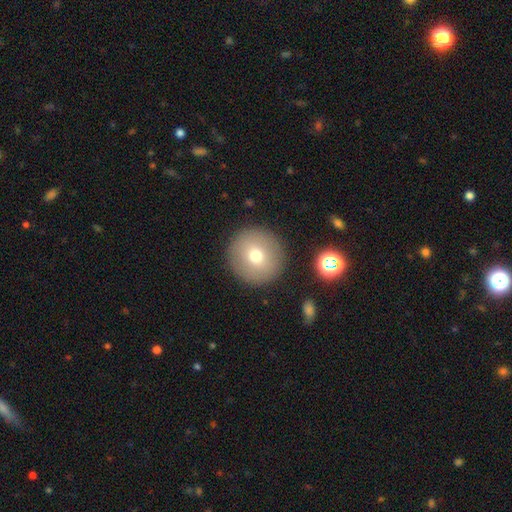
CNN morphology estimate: Smooth or featured? smooth (71%)
How rounded? round (95%)
Merging? none (90%)